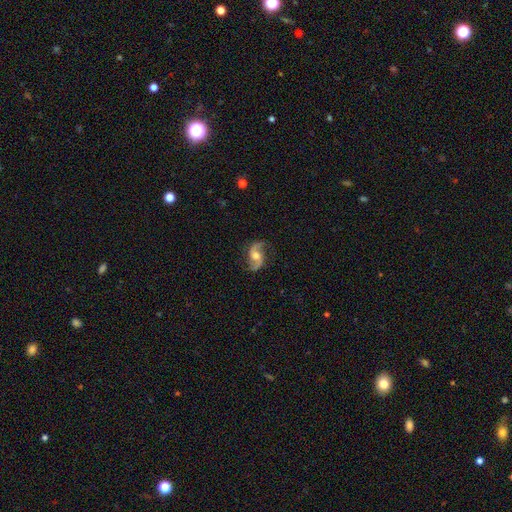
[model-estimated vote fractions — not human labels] A featured or disk galaxy (87%) with no bar (53%), 2 (94%) loose (60%) spiral arms (97%) and a moderate central bulge (64%).

Vote fractions:
- Smooth or featured? featured or disk: 87% / smooth: 7% / star or artifact: 5%
- Edge-on disk? no: 97% / yes: 3%
- Bar? no: 53% / weak: 38% / strong: 10%
- Spiral arms? yes: 97% / no: 3%
- Spiral winding? loose: 60% / medium: 33% / tight: 7%
- Spiral arm count? 2: 94% / can't tell: 2% / 1: 2% / 3: 1% / 4: 1% / more than 4: 1%
- Bulge size? moderate: 64% / small: 16% / large: 15% / none: 3% / dominant: 2%
- Merging? none: 80% / minor disturbance: 13% / major disturbance: 5% / merger: 1%